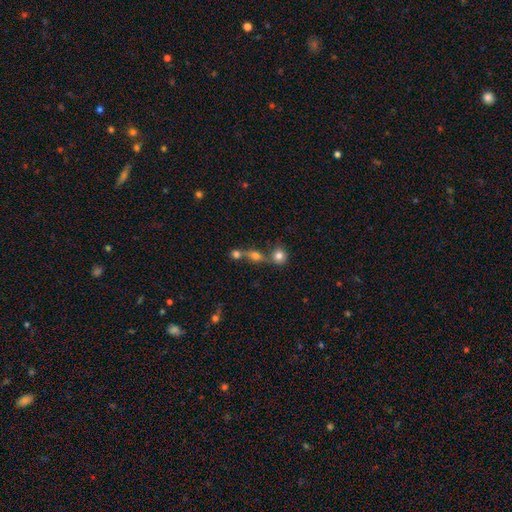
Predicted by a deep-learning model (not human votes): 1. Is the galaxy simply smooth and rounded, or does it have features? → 59% smooth, 25% star or artifact, 16% featured or disk.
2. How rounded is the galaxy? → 70% round, 24% in between, 6% cigar-shaped.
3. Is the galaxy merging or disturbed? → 44% merger, 43% none, 8% minor disturbance, 6% major disturbance.